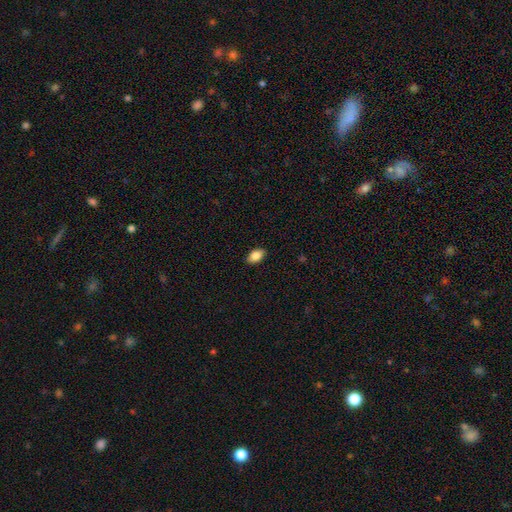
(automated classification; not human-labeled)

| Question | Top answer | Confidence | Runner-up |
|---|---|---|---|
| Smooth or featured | smooth | 87% | star or artifact (8%) |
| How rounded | in between | 91% | round (7%) |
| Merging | none | 89% | minor disturbance (8%) |